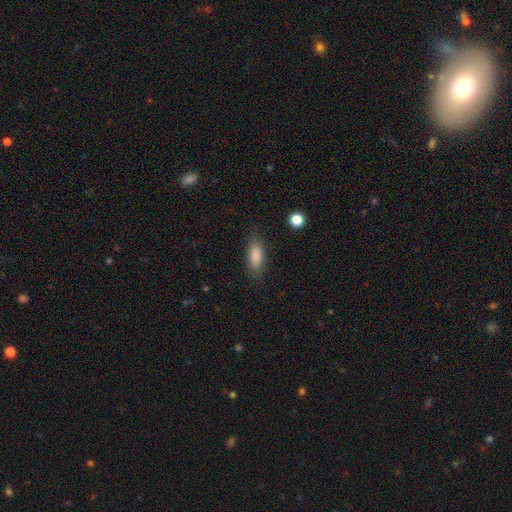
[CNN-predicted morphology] Q: Smooth or featured?
A: smooth (87%); runner-up: star or artifact (8%)
Q: How rounded?
A: in between (76%); runner-up: cigar-shaped (21%)
Q: Merging?
A: none (82%); runner-up: minor disturbance (13%)